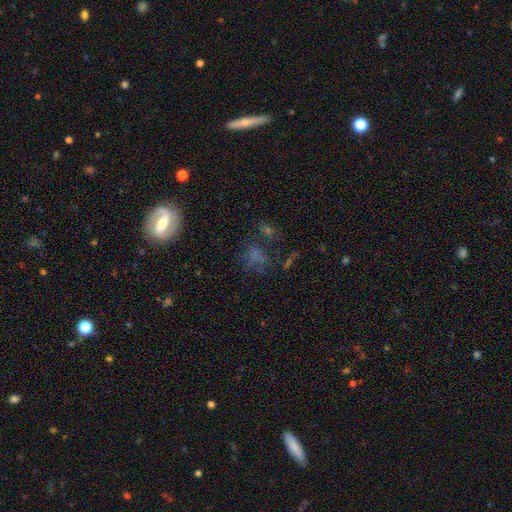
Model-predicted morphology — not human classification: Overall: smooth (46%; star or artifact 27%). Merging: none (55%; minor disturbance 18%).